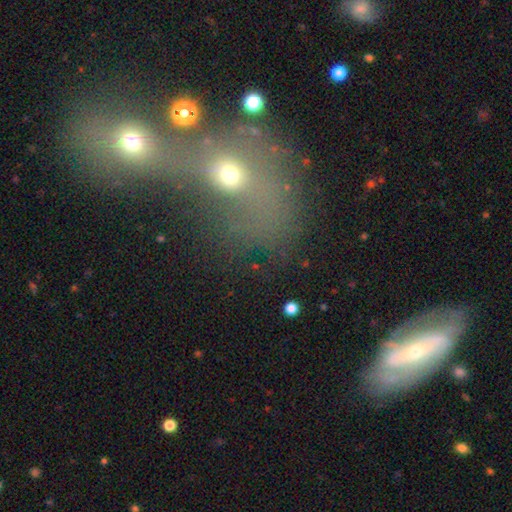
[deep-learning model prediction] A smooth galaxy with no disk features (44%).

Vote fractions:
- Smooth or featured? smooth: 44% / featured or disk: 32% / star or artifact: 24%
- Merging? merger: 62% / none: 19% / major disturbance: 11% / minor disturbance: 8%